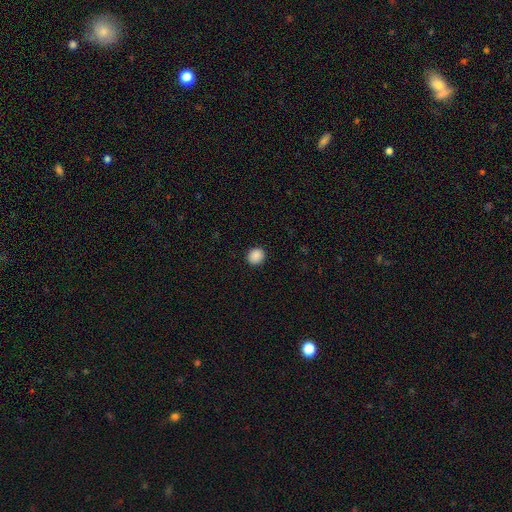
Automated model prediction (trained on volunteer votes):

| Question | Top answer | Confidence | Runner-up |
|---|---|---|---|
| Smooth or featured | smooth | 89% | star or artifact (8%) |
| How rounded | round | 77% | in between (22%) |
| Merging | none | 92% | minor disturbance (5%) |